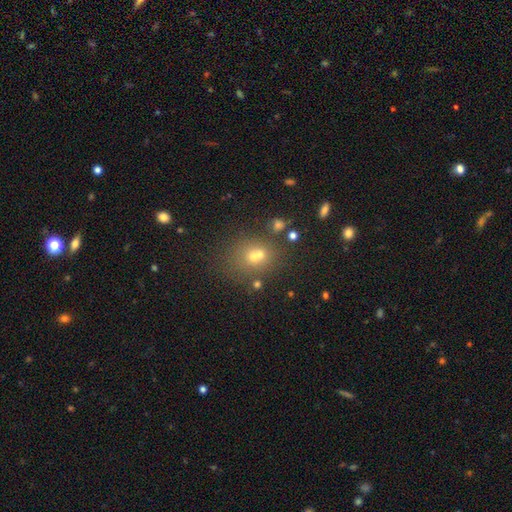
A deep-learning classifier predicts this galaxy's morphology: smooth_or_featured: smooth (p=0.57) [alt: star or artifact p=0.24]
how_rounded: round (p=0.68) [alt: in between p=0.31]
merging: none (p=0.43) [alt: merger p=0.42]